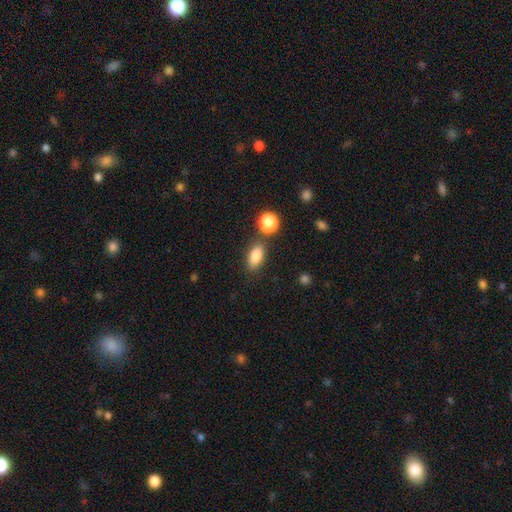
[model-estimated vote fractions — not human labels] Smooth or featured? Predicted: smooth (p=0.84). How rounded? Predicted: in between (p=0.85). Merging? Predicted: none (p=0.76).